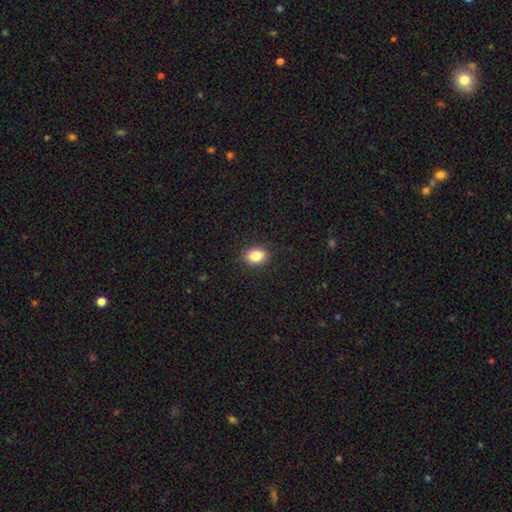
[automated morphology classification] This appears to be a smooth galaxy with no disk features (84%) that is in between round and cigar-shaped (64%). Merging: none (88%).